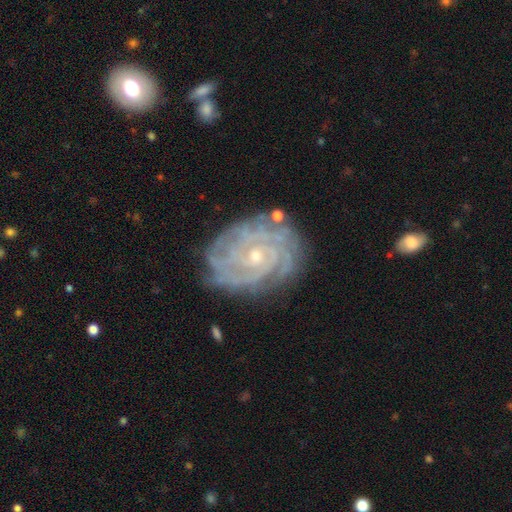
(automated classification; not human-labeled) Smooth or featured: featured or disk — 88% (star or artifact — 6%)
Edge-on disk: no — 97% (yes — 3%)
Bar: no — 72% (weak — 22%)
Spiral arms: yes — 97% (no — 3%)
Spiral winding: tight — 82% (medium — 15%)
Spiral arm count: can't tell — 26% (4 — 25%)
Bulge size: small — 72% (moderate — 25%)
Merging: none — 77% (minor disturbance — 16%)